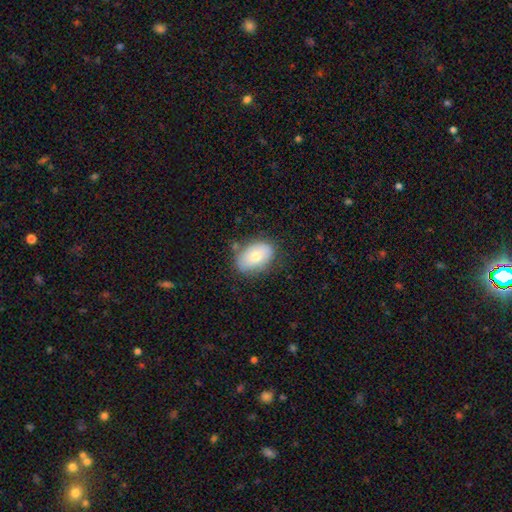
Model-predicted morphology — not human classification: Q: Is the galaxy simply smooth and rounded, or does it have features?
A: smooth — 71%.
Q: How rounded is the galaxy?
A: in between — 87%.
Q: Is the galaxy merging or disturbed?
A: none — 74%.